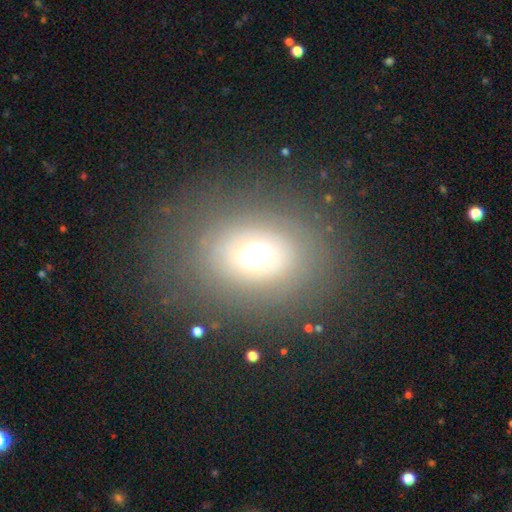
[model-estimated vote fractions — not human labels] Smooth or featured? smooth (58%)
How rounded? in between (50%)
Merging? none (80%)